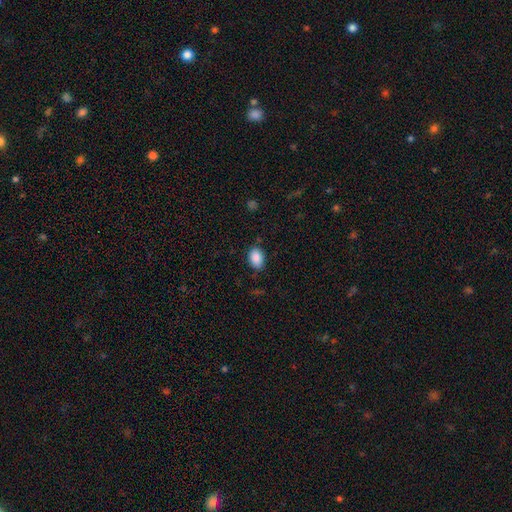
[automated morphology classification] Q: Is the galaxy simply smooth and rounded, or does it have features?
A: smooth — 88%.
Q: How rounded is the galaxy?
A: in between — 80%.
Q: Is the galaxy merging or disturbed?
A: none — 81%.